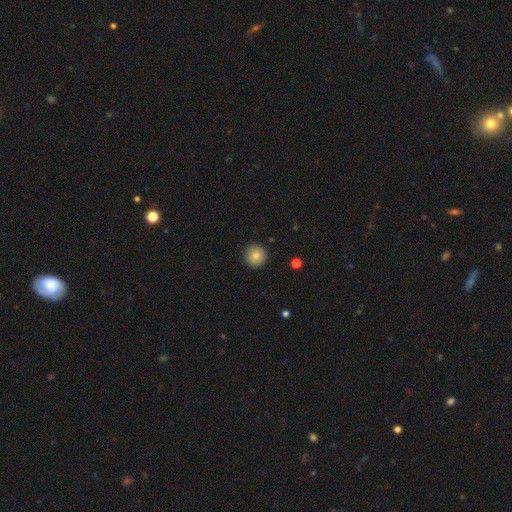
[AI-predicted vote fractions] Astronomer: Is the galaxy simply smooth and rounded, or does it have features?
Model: smooth — 82%.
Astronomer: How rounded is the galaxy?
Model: round — 96%.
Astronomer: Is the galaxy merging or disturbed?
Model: none — 92%.